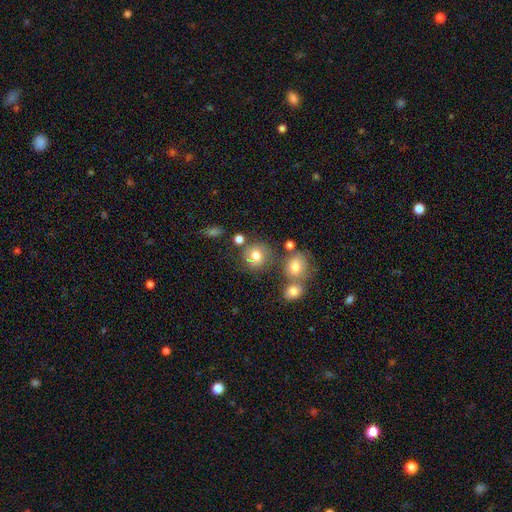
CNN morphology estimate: Smooth or featured? smooth (71%)
How rounded? round (85%)
Merging? none (65%)